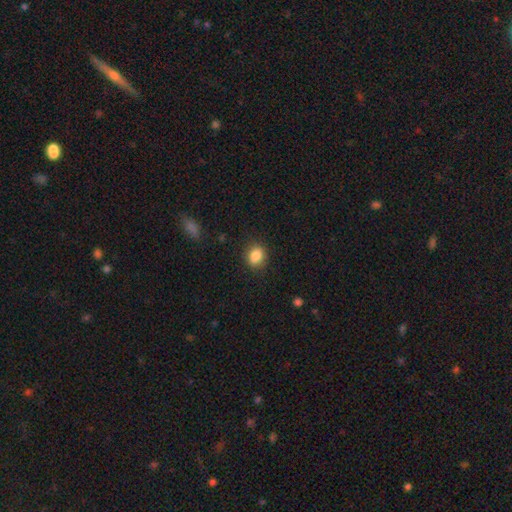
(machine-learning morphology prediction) Overall: smooth (85%). How rounded: in between (51%; round 47%). Merging: none (86%).